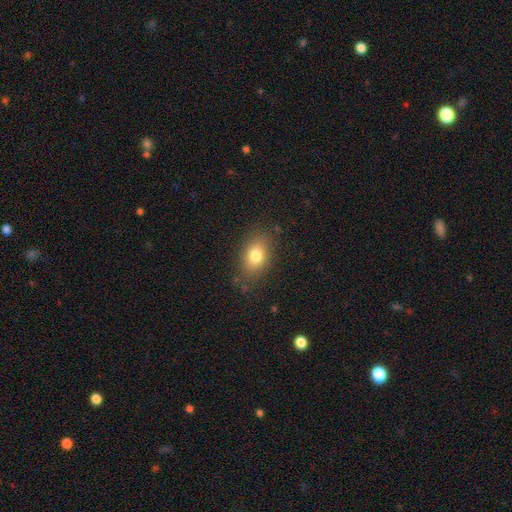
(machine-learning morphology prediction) type=smooth (79%); roundness=in between (81%); merging=none (81%).